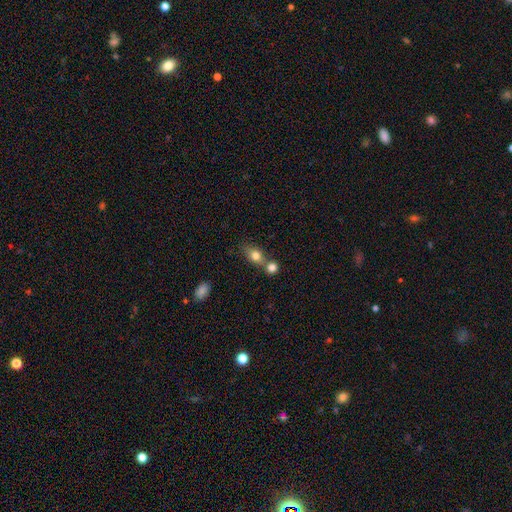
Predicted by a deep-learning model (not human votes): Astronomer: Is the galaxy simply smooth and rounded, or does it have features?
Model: smooth — 79%.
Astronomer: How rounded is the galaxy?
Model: in between — 61%.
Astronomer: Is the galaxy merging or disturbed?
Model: merger — 45% (runner-up: none, 42%).